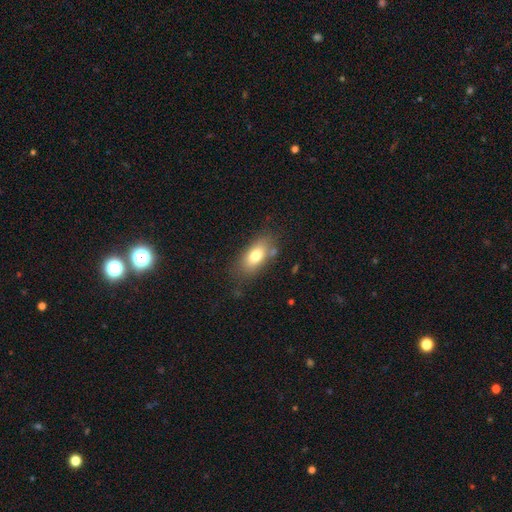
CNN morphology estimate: Smooth or featured? smooth (76%)
How rounded? in between (86%)
Merging? none (73%)